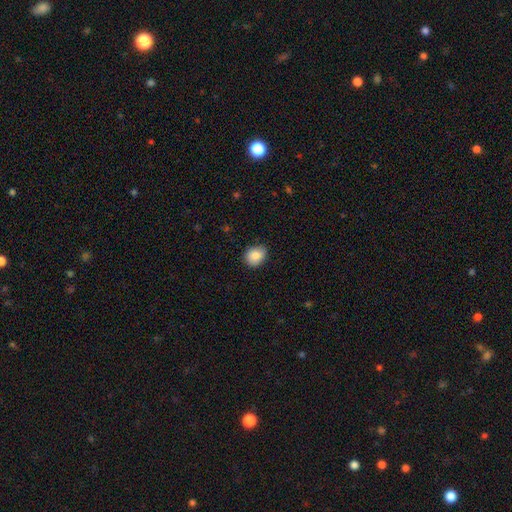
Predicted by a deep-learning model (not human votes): The model was most divided on "how rounded": round: 62%, in between: 37%, cigar-shaped: 1%. More confident: smooth or featured — smooth (87%); merging — none (81%).